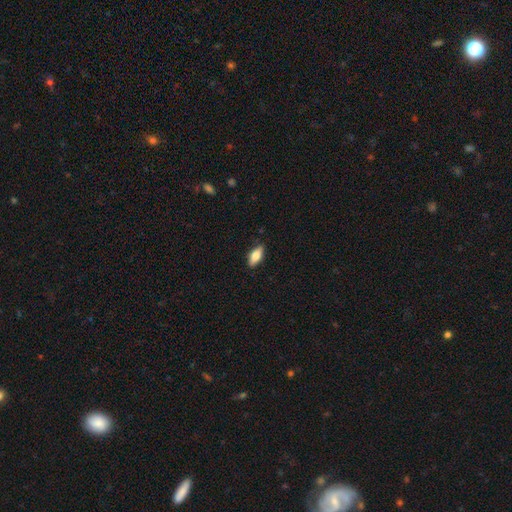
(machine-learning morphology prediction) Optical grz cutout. It shows a smooth galaxy with no disk features (70%) that is in between round and cigar-shaped (78%). Merging: none (84%).